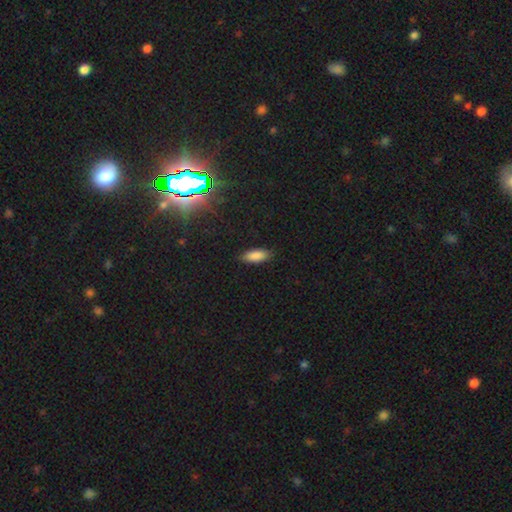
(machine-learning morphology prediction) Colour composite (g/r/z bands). It shows a smooth galaxy with no disk features (87%) that is in between round and cigar-shaped (78%). Merging: none (86%).